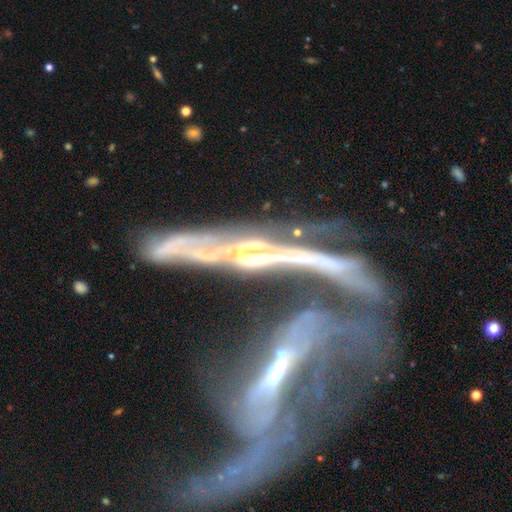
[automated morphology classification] smooth_or_featured: featured or disk (p=0.77) [alt: star or artifact p=0.12]
disk_edge_on: yes (p=0.65) [alt: no p=0.35]
merging: merger (p=0.40) [alt: none p=0.27]